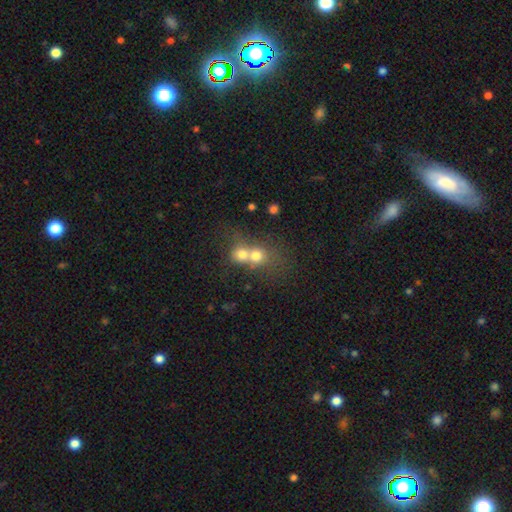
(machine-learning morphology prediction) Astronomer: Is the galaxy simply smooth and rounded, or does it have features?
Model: smooth — 69%.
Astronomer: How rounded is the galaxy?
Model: round — 75%.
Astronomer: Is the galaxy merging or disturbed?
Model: merger — 70%.